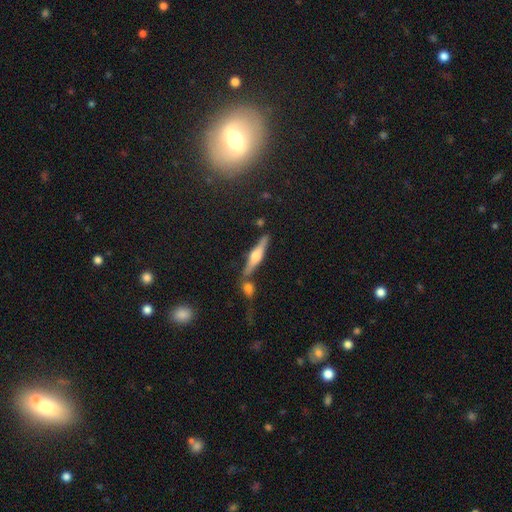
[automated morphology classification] Smooth or featured? featured or disk (66%)
Edge-on disk? yes (96%)
Edge-on bulge? rounded (86%)
Merging? none (70%)